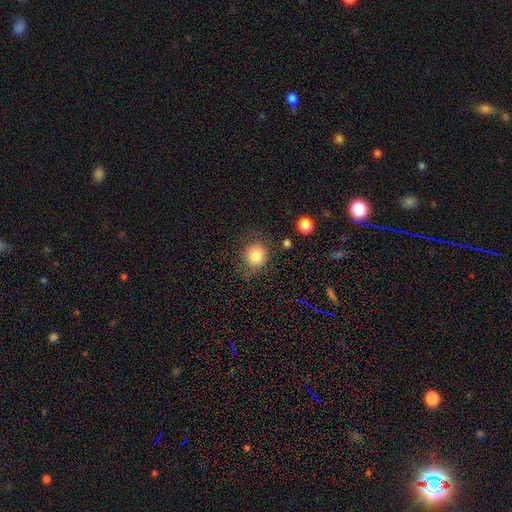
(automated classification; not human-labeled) Q: Smooth or featured?
A: smooth (81%); runner-up: star or artifact (11%)
Q: How rounded?
A: round (81%); runner-up: in between (18%)
Q: Merging?
A: none (76%); runner-up: minor disturbance (16%)